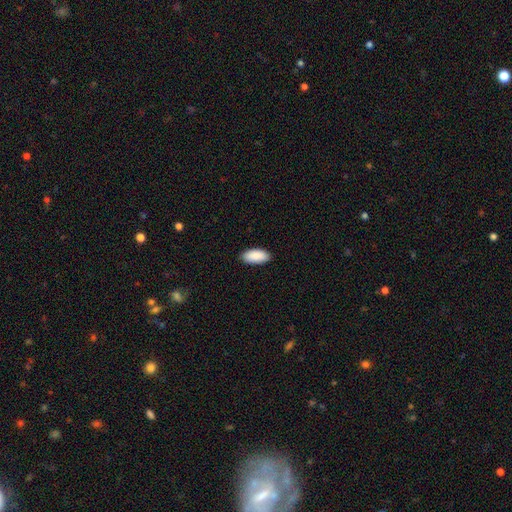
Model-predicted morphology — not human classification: This appears to be a smooth galaxy with no disk features (91%) that is in between round and cigar-shaped (92%). Merging: none (90%).